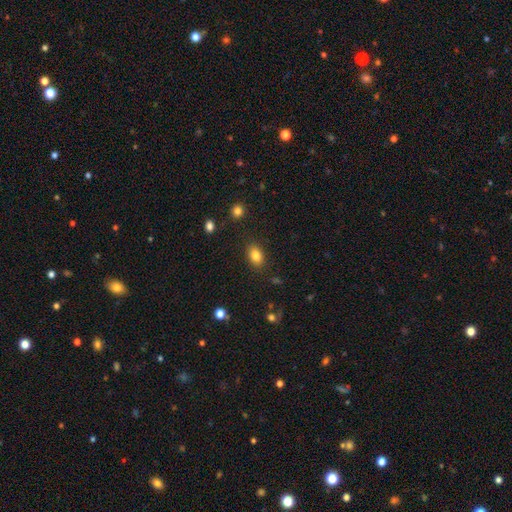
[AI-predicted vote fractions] smooth 84%, star or artifact 9%, featured or disk 7%. Down the decision tree: how rounded — in between (81%); merging — none (85%).